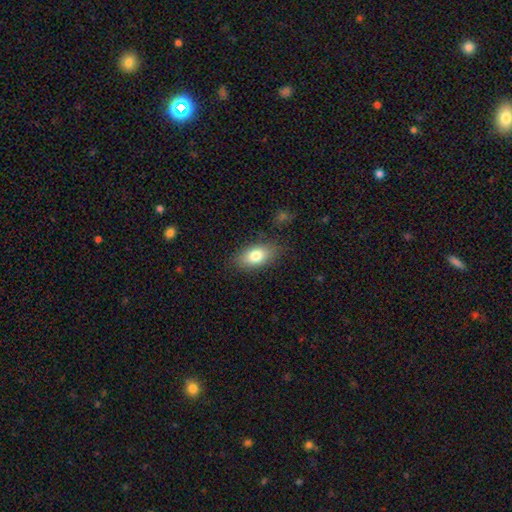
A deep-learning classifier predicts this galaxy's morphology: smooth_or_featured: smooth (p=0.78) [alt: featured or disk p=0.14]
how_rounded: in between (p=0.87) [alt: round p=0.08]
merging: none (p=0.79) [alt: minor disturbance p=0.15]